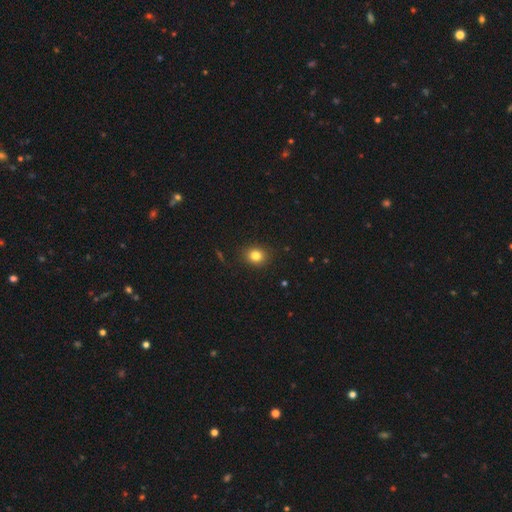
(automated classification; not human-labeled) A smooth galaxy with no disk features (82%) that is round (69%).

Vote fractions:
- Smooth or featured? smooth: 82% / star or artifact: 12% / featured or disk: 6%
- How rounded? round: 69% / in between: 30% / cigar-shaped: 1%
- Merging? none: 89% / minor disturbance: 8% / major disturbance: 2% / merger: 1%